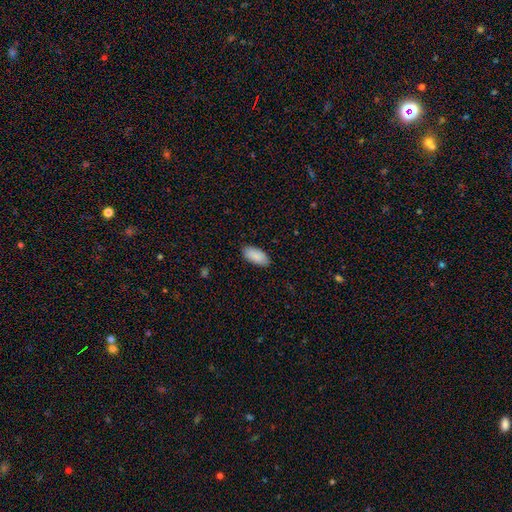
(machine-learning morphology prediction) Smooth or featured: smooth — 90% (star or artifact — 6%)
How rounded: in between — 92% (cigar-shaped — 6%)
Merging: none — 88% (minor disturbance — 10%)